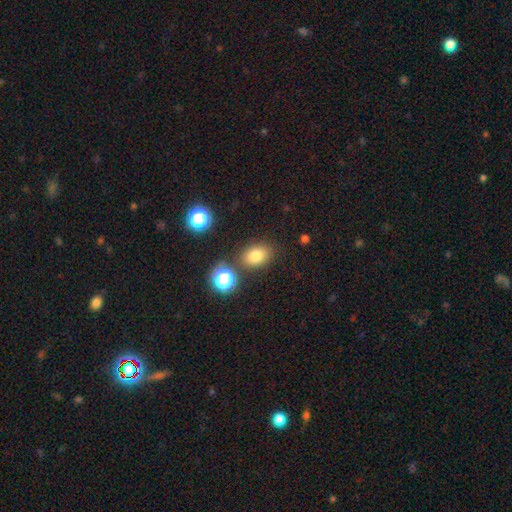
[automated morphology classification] This appears to be a smooth galaxy with no disk features (76%) that is in between round and cigar-shaped (70%). Merging: none (80%).